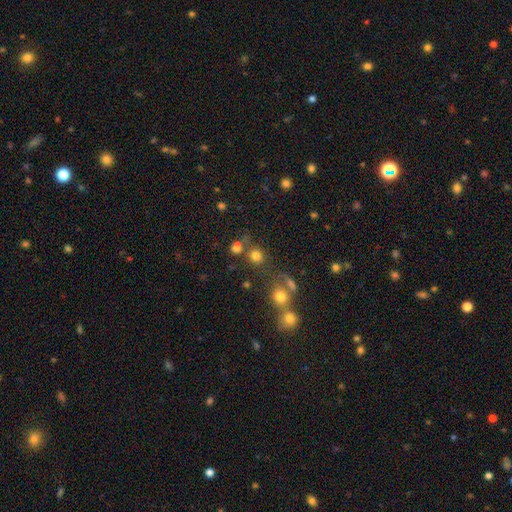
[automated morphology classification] smooth 76%, star or artifact 16%, featured or disk 8%. Down the decision tree: how rounded — round (86%); merging — none (67%).